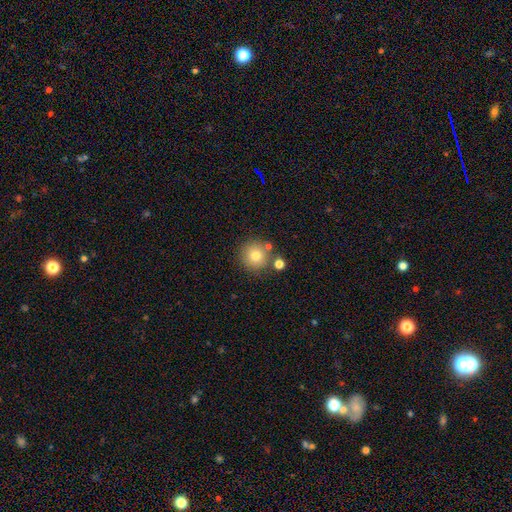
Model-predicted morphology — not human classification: This is likely a smooth galaxy (77%). How rounded: clearly round (94%). Merging: likely none (76%).